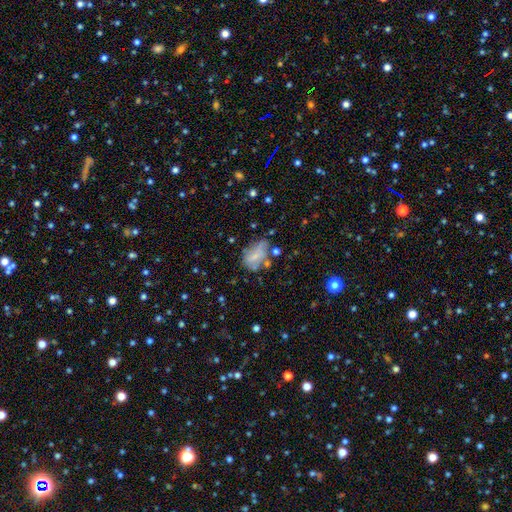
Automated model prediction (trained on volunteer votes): smooth_or_featured: smooth (p=0.60) [alt: featured or disk p=0.29]
how_rounded: in between (p=0.83) [alt: round p=0.14]
merging: none (p=0.39) [alt: minor disturbance p=0.31]